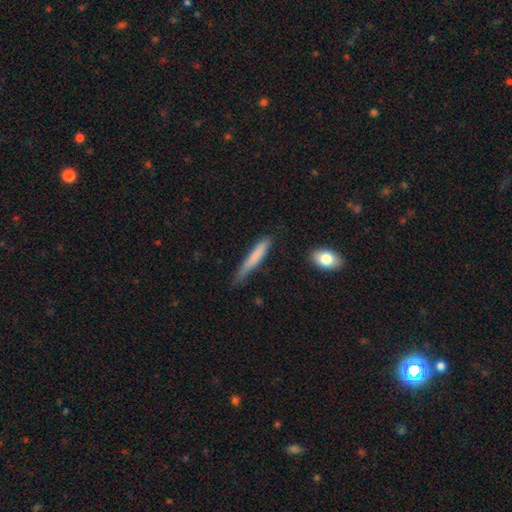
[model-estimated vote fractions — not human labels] Q: Smooth or featured?
A: smooth (73%); runner-up: featured or disk (21%)
Q: How rounded?
A: cigar-shaped (93%); runner-up: in between (5%)
Q: Merging?
A: none (63%); runner-up: minor disturbance (29%)